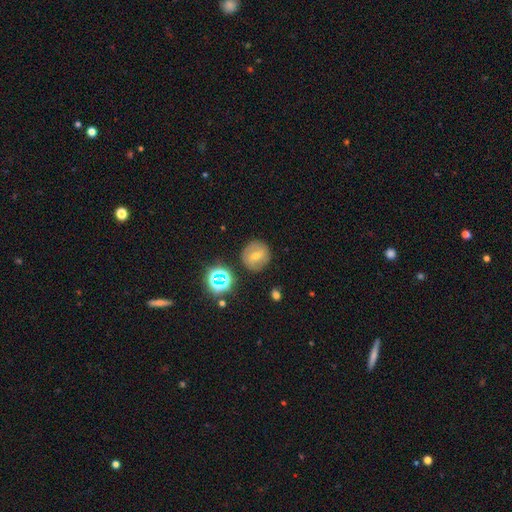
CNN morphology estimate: Q: Smooth or featured?
A: smooth (40%); runner-up: featured or disk (35%)
Q: Merging?
A: none (85%); runner-up: minor disturbance (9%)